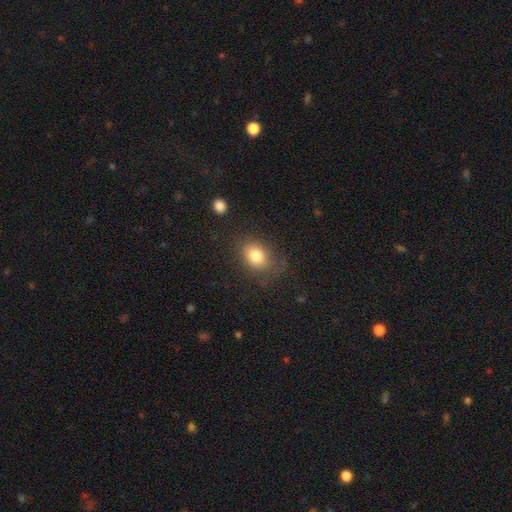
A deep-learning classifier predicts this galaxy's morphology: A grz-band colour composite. It shows a smooth galaxy with no disk features (81%) that is in between round and cigar-shaped (57%). Merging: none (72%).